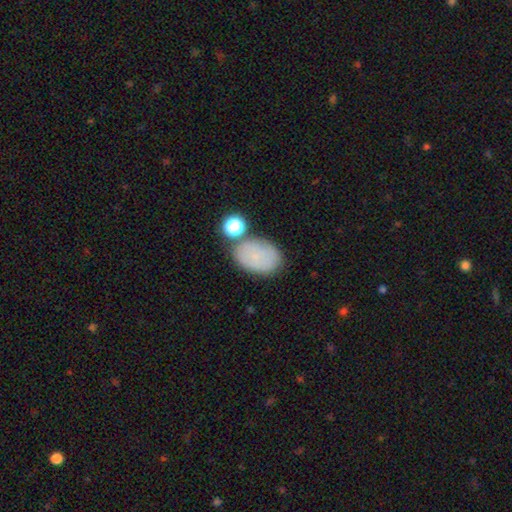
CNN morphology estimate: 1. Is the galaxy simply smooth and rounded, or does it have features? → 73% smooth, 15% featured or disk, 12% star or artifact.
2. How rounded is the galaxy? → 86% in between, 13% round, 1% cigar-shaped.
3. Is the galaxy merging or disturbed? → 65% none, 18% minor disturbance, 12% merger, 6% major disturbance.